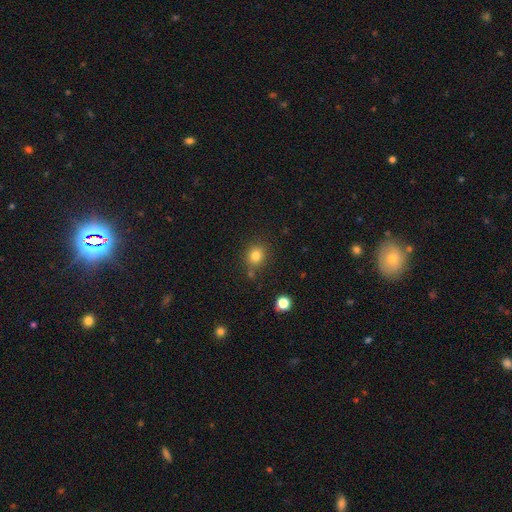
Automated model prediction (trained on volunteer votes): A smooth galaxy with no disk features (81%) that is round (80%). Merging: none (77%).